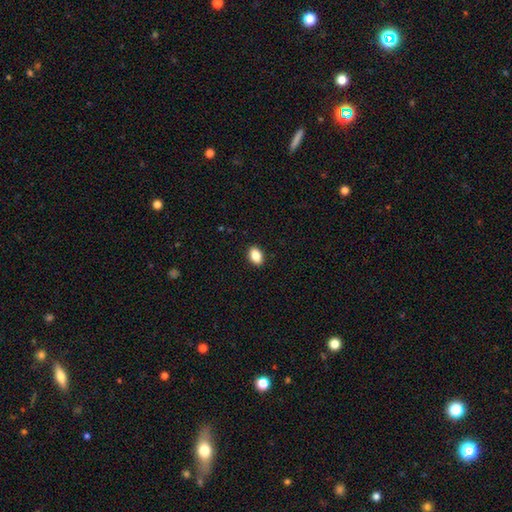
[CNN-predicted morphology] smooth_or_featured: smooth (p=0.87) [alt: star or artifact p=0.08]
how_rounded: in between (p=0.86) [alt: round p=0.13]
merging: none (p=0.91) [alt: minor disturbance p=0.07]